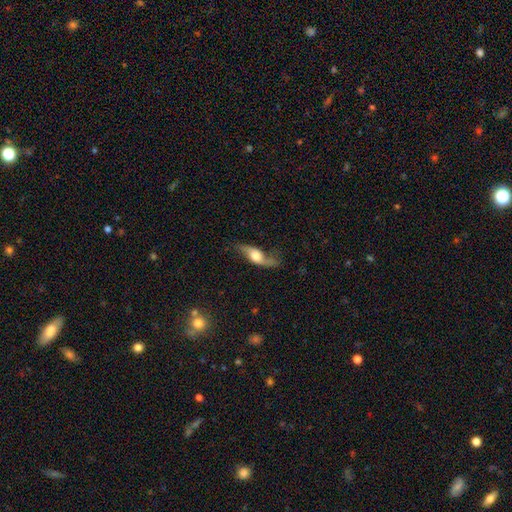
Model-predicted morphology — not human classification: Smooth or featured: featured or disk — 65% (smooth — 28%)
Edge-on disk: no — 63% (yes — 37%)
Merging: none — 59% (minor disturbance — 25%)